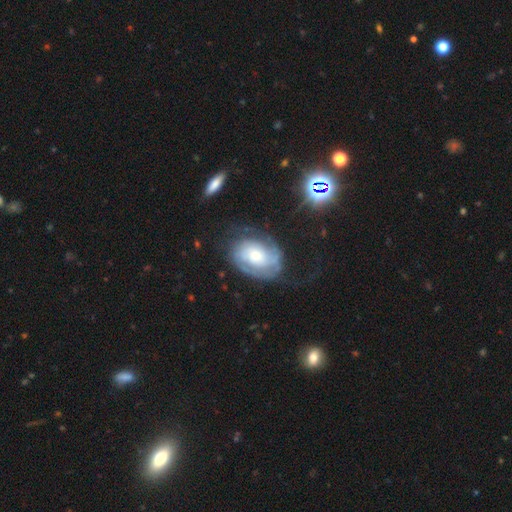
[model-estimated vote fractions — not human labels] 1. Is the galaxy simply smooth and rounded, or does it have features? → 72% featured or disk, 22% smooth, 7% star or artifact.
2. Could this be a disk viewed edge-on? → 96% no, 4% yes.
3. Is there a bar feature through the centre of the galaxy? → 74% no, 21% weak, 5% strong.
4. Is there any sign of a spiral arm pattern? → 84% yes, 16% no.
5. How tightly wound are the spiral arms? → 55% tight, 31% medium, 14% loose.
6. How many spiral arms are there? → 43% 2, 36% can't tell, 8% 1, 8% 3, 3% 4, 3% more than 4.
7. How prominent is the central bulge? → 44% small, 41% moderate, 11% large, 2% dominant, 2% none.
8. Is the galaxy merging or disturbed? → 58% none, 22% minor disturbance, 18% major disturbance, 2% merger.